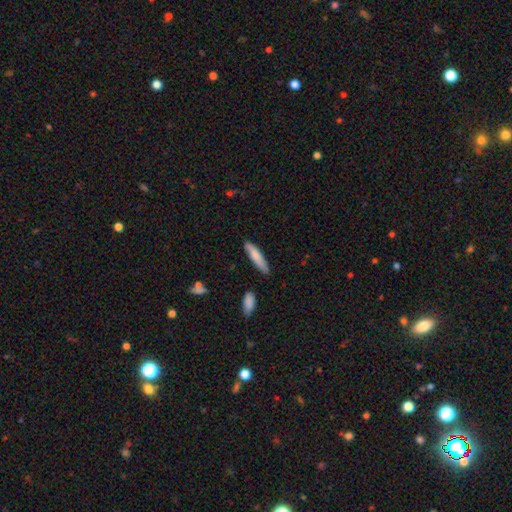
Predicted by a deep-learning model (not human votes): Smooth or featured? smooth (76%)
How rounded? cigar-shaped (82%)
Merging? none (81%)